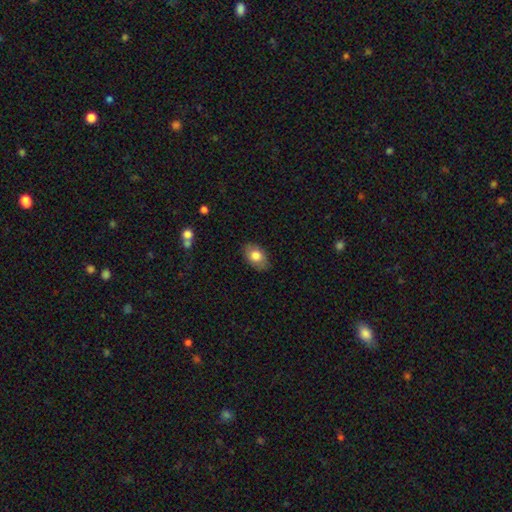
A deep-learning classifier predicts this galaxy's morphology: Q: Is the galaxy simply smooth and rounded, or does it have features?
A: smooth — 78%.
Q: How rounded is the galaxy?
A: in between — 86%.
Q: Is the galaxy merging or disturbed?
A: none — 84%.